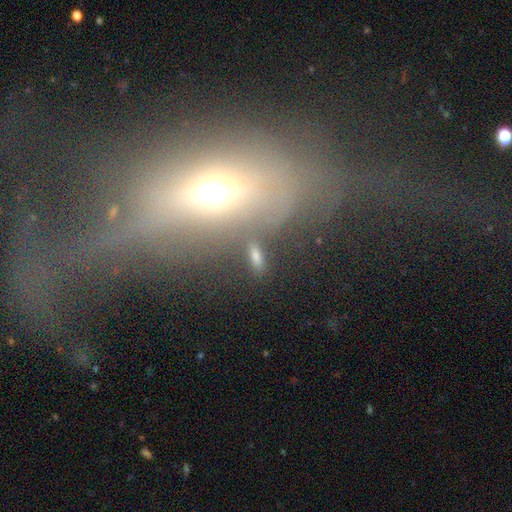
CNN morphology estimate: The model was most divided on "smooth or featured": smooth: 56%, star or artifact: 22%, featured or disk: 21%. More confident: merging — none (71%); how rounded — in between (69%).